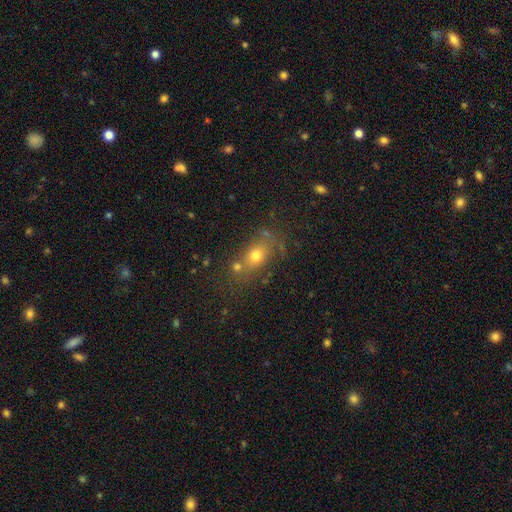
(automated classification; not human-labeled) A smooth galaxy with no disk features (67%) that is in between round and cigar-shaped (63%).

Vote fractions:
- Smooth or featured? smooth: 67% / featured or disk: 17% / star or artifact: 16%
- How rounded? in between: 63% / round: 32% / cigar-shaped: 5%
- Merging? none: 57% / merger: 20% / minor disturbance: 15% / major disturbance: 7%